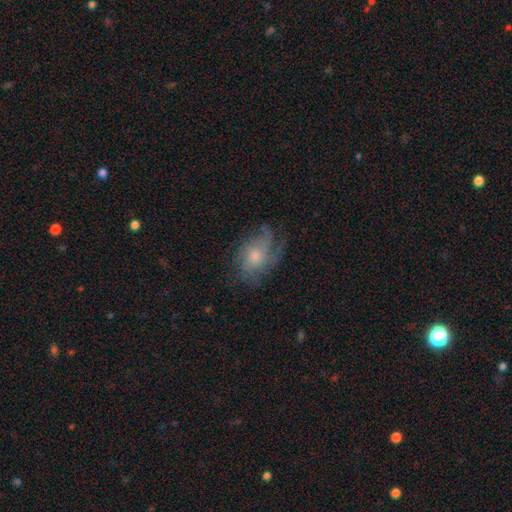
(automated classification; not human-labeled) Smooth or featured? featured or disk (52%)
Edge-on disk? no (95%)
Merging? none (56%)